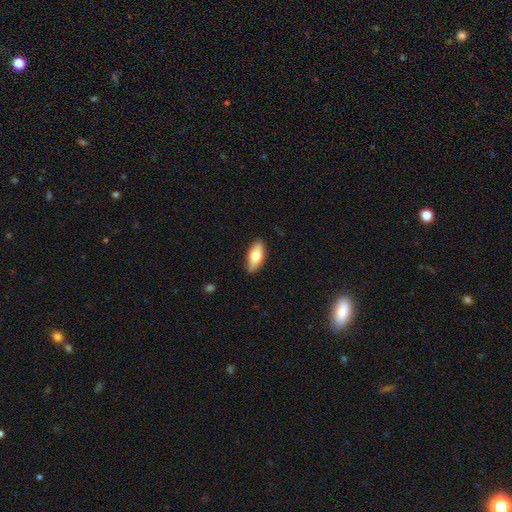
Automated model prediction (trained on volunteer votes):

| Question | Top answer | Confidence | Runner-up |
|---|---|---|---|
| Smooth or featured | smooth | 73% | featured or disk (20%) |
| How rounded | in between | 84% | cigar-shaped (14%) |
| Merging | none | 84% | minor disturbance (13%) |